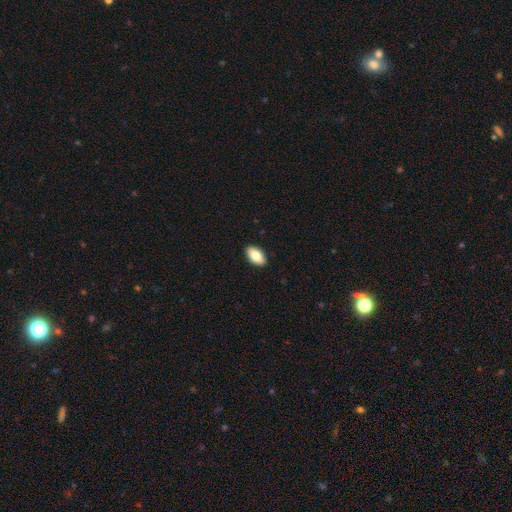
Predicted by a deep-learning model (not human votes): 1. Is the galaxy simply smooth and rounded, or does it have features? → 83% smooth, 10% featured or disk, 7% star or artifact.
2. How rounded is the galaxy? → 94% in between, 3% round, 3% cigar-shaped.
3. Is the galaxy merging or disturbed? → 91% none, 7% minor disturbance, 2% major disturbance, 1% merger.